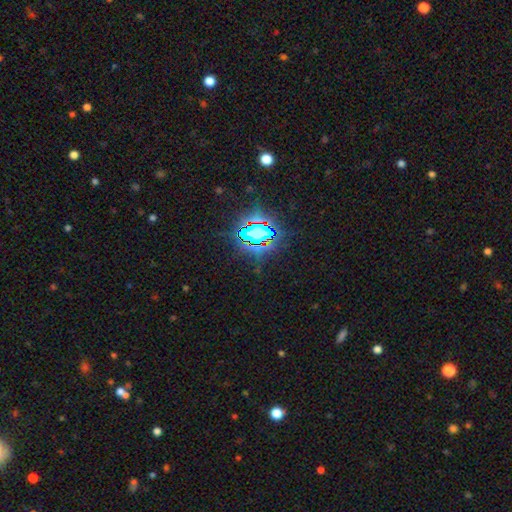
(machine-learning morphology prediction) smooth_or_featured: star or artifact (p=0.81) [alt: smooth p=0.12]